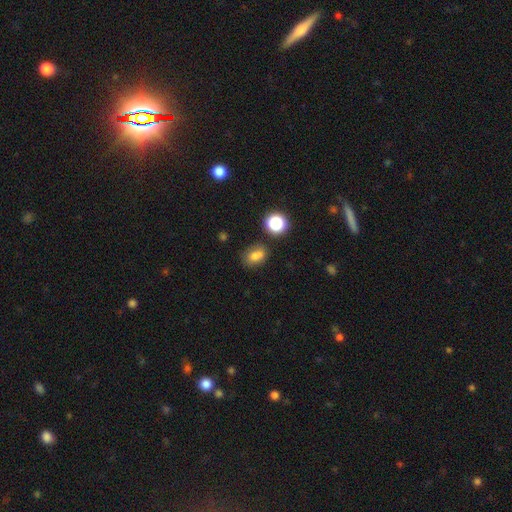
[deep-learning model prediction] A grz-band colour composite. It shows a smooth galaxy with no disk features (75%) that is in between round and cigar-shaped (65%). Merging: none (60%).